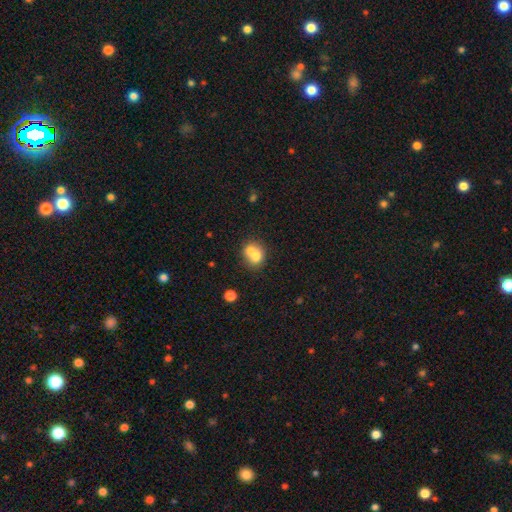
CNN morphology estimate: smooth 69%, featured or disk 21%, star or artifact 10%. Down the decision tree: how rounded — round (68%); merging — merger (65%).